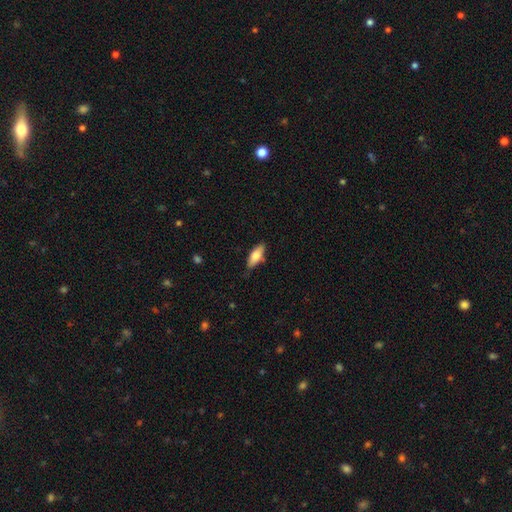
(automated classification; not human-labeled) smooth 75%, featured or disk 19%, star or artifact 6%. Down the decision tree: how rounded — in between (70%); merging — none (74%).